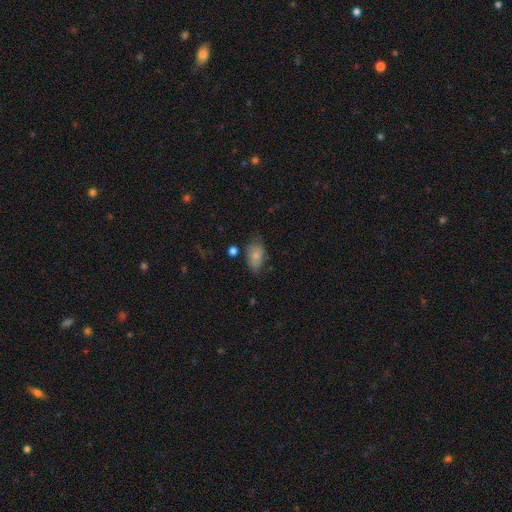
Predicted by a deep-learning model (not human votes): Smooth or featured: smooth — 78% (featured or disk — 14%)
How rounded: in between — 89% (round — 9%)
Merging: none — 60% (minor disturbance — 28%)